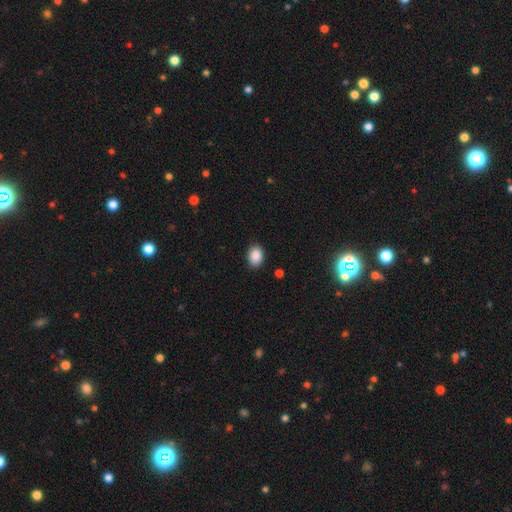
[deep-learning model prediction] smooth 89%, star or artifact 8%, featured or disk 3%. Down the decision tree: how rounded — in between (75%); merging — none (88%).